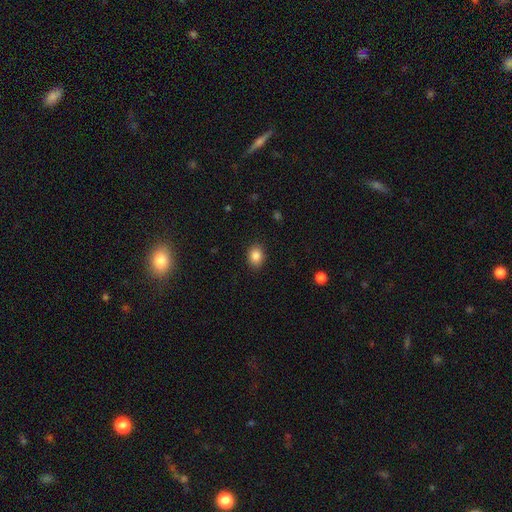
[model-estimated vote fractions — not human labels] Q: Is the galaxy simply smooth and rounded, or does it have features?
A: smooth — 86%.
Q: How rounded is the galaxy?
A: in between — 62%.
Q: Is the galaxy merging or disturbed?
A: none — 87%.